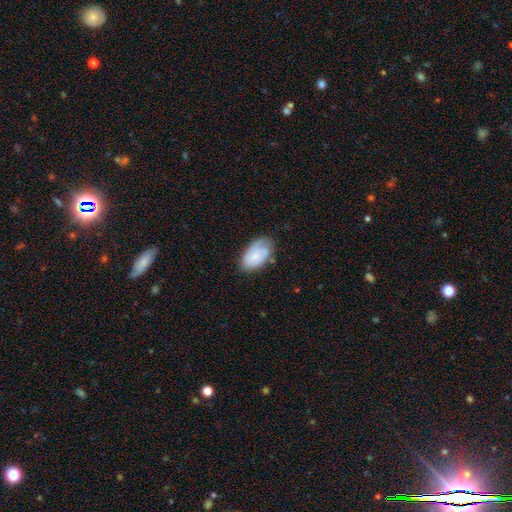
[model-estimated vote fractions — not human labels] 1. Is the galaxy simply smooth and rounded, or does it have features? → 65% smooth, 28% featured or disk, 7% star or artifact.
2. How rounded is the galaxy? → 93% in between, 5% round, 2% cigar-shaped.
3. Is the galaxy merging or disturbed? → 63% none, 26% minor disturbance, 7% major disturbance, 3% merger.